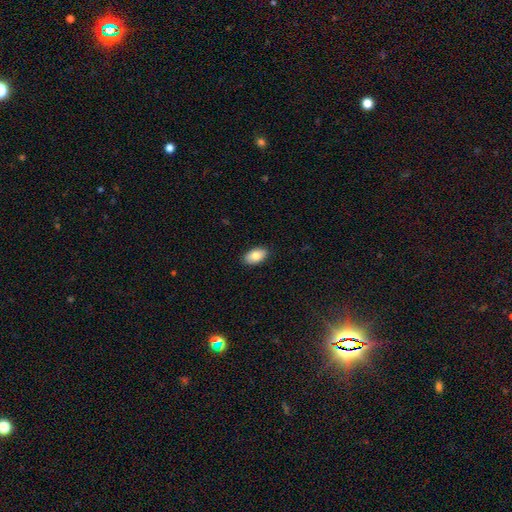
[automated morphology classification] Smooth or featured? smooth (82%)
How rounded? in between (94%)
Merging? none (88%)